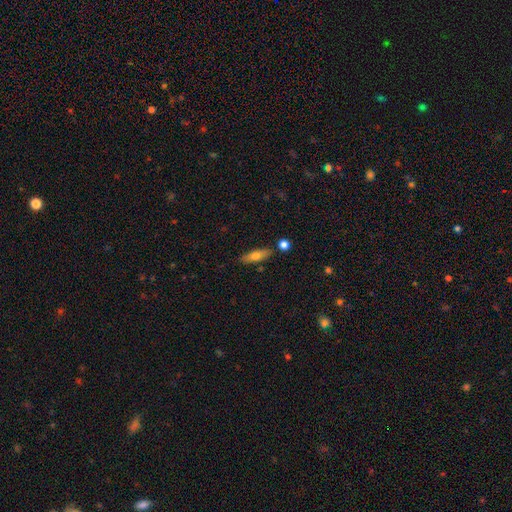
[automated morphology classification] type=smooth (62%); roundness=cigar-shaped (59%); merging=none (81%).